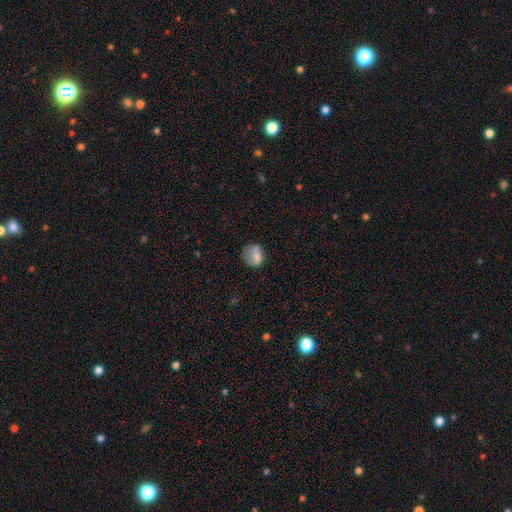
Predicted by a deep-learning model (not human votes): This is likely a smooth galaxy (71%). How rounded: likely round (64%). Merging: possibly none (46%).